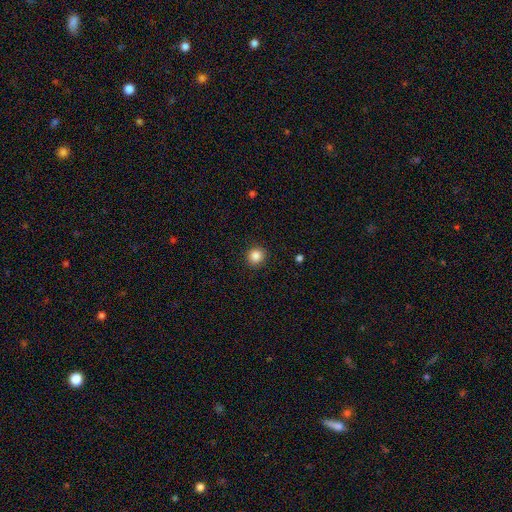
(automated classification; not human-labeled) Overall: smooth (87%). How rounded: round (91%). Merging: none (91%).